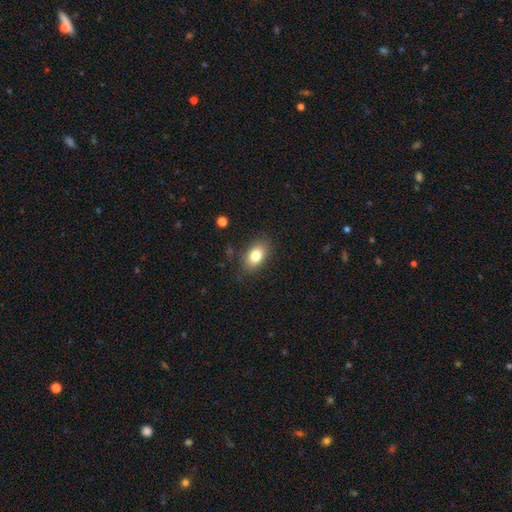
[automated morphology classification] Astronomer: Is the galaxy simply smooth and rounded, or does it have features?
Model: smooth — 81%.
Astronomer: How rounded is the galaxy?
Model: in between — 86%.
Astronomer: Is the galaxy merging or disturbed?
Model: none — 84%.